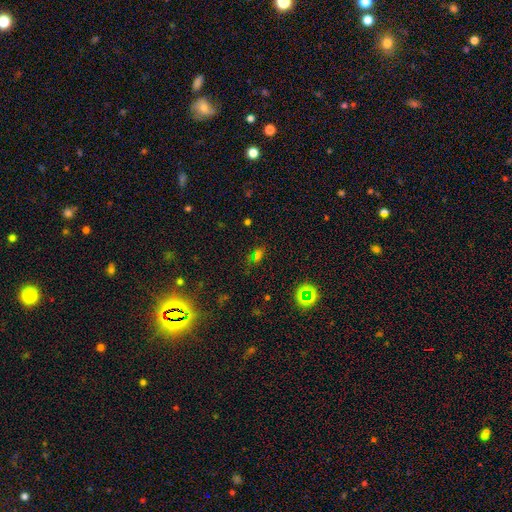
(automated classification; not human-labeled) Smooth or featured? Predicted: smooth (p=0.46). Merging? Predicted: none (p=0.73).